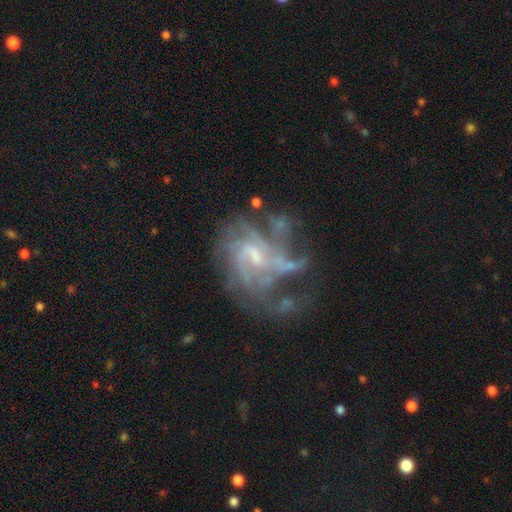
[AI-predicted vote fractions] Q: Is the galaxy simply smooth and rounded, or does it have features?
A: featured or disk — 84%.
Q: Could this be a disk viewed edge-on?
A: no — 98%.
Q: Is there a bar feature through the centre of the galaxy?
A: weak — 52%.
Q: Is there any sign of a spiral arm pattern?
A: yes — 89%.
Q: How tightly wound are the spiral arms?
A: medium — 44%.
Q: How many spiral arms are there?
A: can't tell — 34%.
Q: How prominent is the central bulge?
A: small — 44%.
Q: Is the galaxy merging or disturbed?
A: none — 42%.